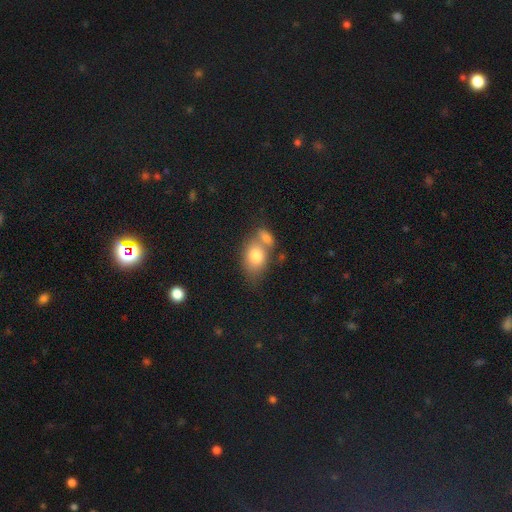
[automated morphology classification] This is likely a smooth galaxy (77%). How rounded: likely in between (75%). Merging: possibly merger (47%).